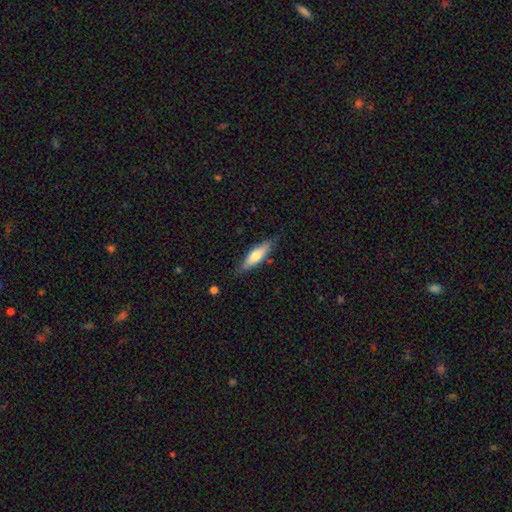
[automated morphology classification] A smooth galaxy with no disk features (63%) that is cigar-shaped (57%). Merging: none (79%).